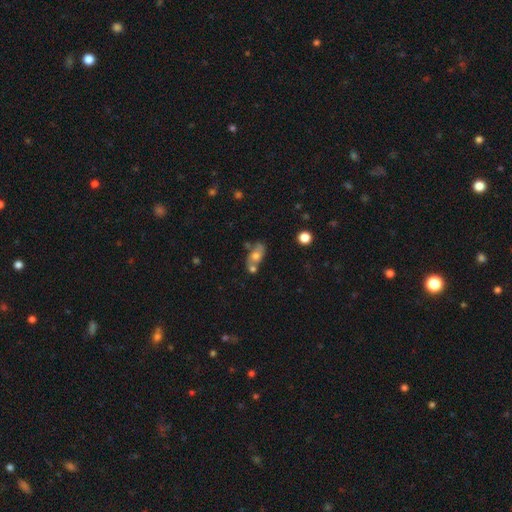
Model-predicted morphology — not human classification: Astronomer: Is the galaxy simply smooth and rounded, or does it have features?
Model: smooth — 58%.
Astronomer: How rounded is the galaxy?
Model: in between — 82%.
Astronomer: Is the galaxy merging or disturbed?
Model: none — 47% (runner-up: merger, 30%).